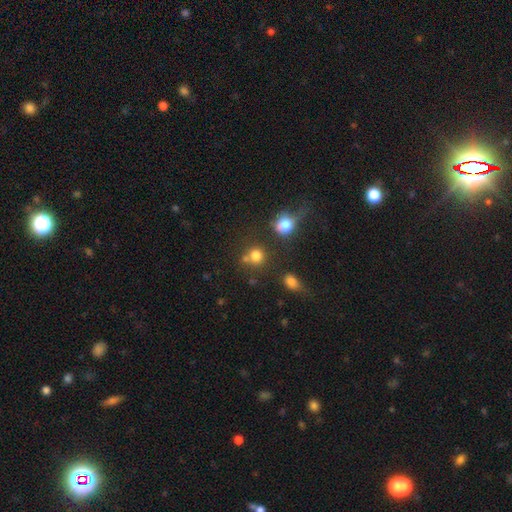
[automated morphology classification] Smooth or featured: smooth — 78% (star or artifact — 15%)
How rounded: round — 85% (in between — 14%)
Merging: none — 59% (merger — 24%)